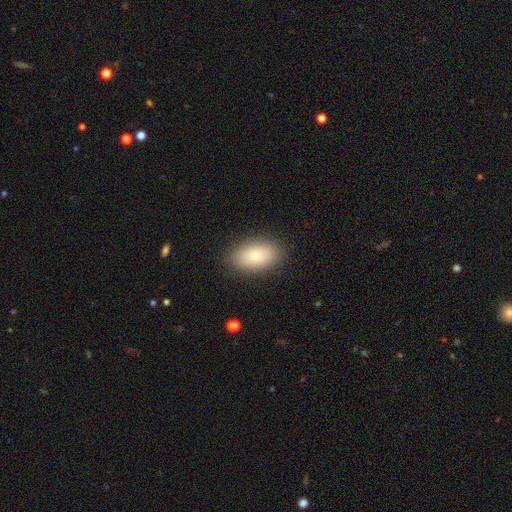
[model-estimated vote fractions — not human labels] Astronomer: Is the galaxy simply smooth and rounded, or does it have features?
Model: smooth — 84%.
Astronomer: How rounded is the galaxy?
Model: in between — 93%.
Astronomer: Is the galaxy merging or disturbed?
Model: none — 88%.